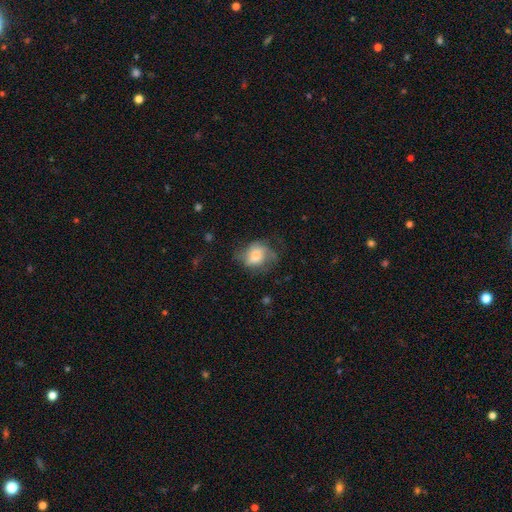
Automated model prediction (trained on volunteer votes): This appears to be a smooth galaxy with no disk features (60%) that is in between round and cigar-shaped (55%). Merging: none (42%).